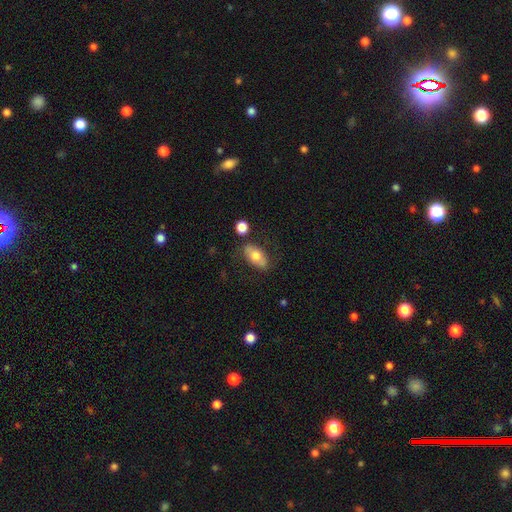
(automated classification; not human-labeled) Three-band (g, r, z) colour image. It shows a smooth galaxy with no disk features (66%) that is in between round and cigar-shaped (89%). Merging: none (74%).